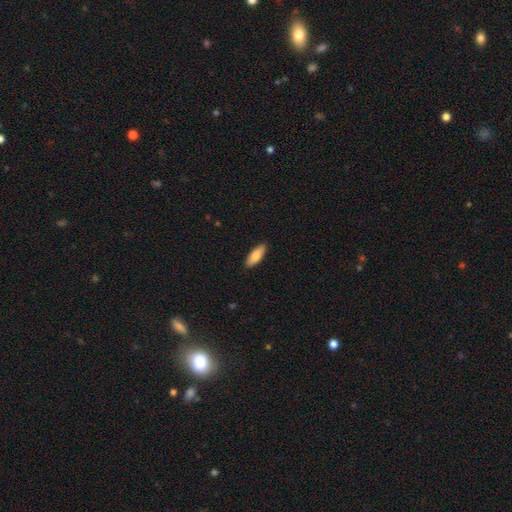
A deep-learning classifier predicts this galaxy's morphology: Smooth or featured? Predicted: smooth (p=0.82). How rounded? Predicted: in between (p=0.68). Merging? Predicted: none (p=0.89).